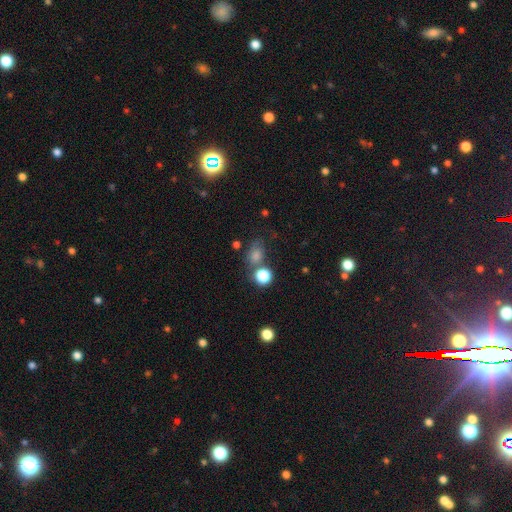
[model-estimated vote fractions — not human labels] Smooth or featured? Predicted: smooth (p=0.61). How rounded? Predicted: round (p=0.51). Merging? Predicted: none (p=0.64).